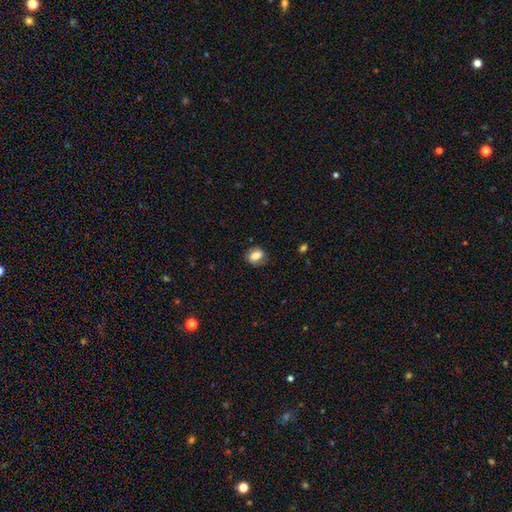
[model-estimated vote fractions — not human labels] This is likely a smooth galaxy (71%). How rounded: likely in between (60%). Merging: likely none (79%).